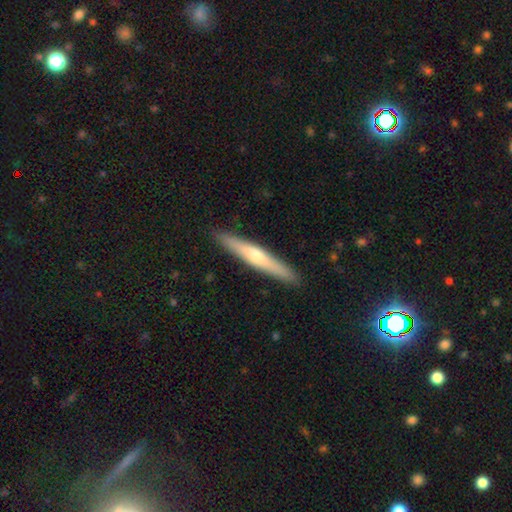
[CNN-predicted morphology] A featured or disk galaxy (50%).

Vote fractions:
- Smooth or featured? featured or disk: 50% / smooth: 45% / star or artifact: 6%
- Merging? none: 91% / minor disturbance: 6% / major disturbance: 1% / merger: 1%